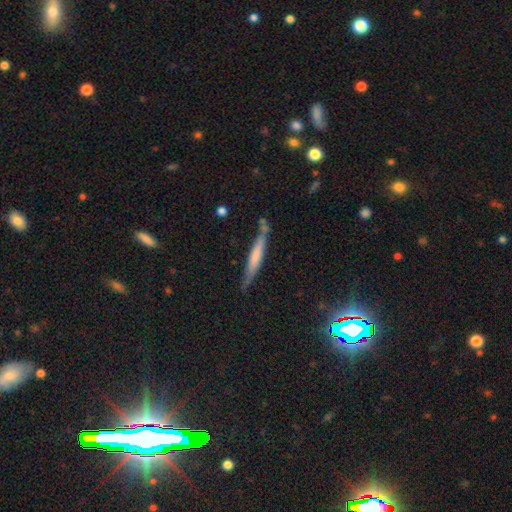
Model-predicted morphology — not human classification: Smooth or featured? Predicted: smooth (p=0.56). How rounded? Predicted: cigar-shaped (p=0.94). Merging? Predicted: none (p=0.74).